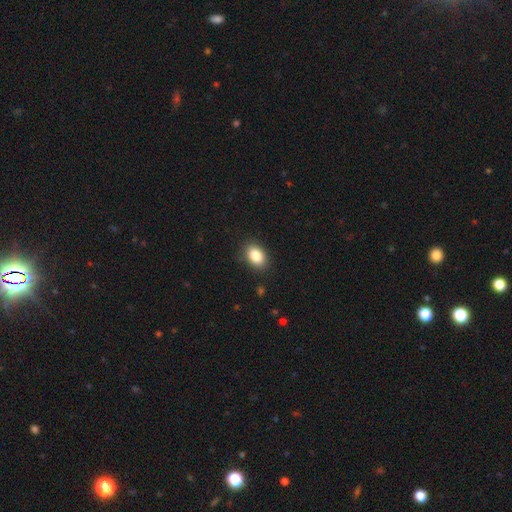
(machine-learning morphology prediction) A smooth galaxy with no disk features (85%) that is in between round and cigar-shaped (79%).

Vote fractions:
- Smooth or featured? smooth: 85% / star or artifact: 9% / featured or disk: 6%
- How rounded? in between: 79% / round: 19% / cigar-shaped: 1%
- Merging? none: 87% / minor disturbance: 9% / major disturbance: 2% / merger: 1%